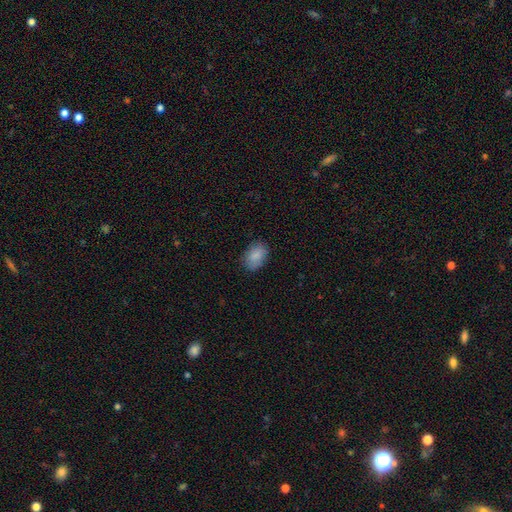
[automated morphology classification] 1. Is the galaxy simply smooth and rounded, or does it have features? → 88% smooth, 7% star or artifact, 5% featured or disk.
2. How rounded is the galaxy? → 86% in between, 13% round, 1% cigar-shaped.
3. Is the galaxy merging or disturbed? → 82% none, 14% minor disturbance, 3% major disturbance, 1% merger.